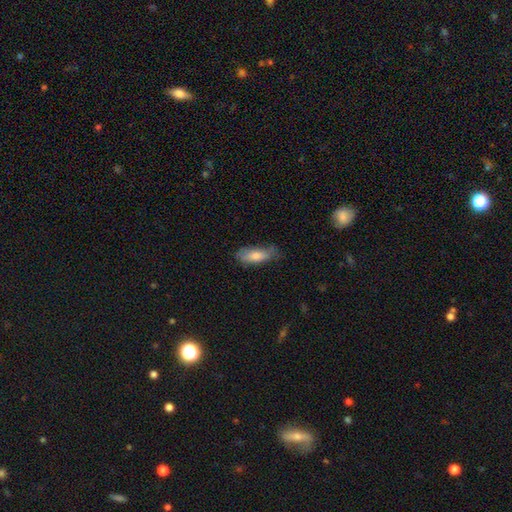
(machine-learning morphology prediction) Smooth or featured: smooth — 72% (featured or disk — 21%)
How rounded: in between — 63% (cigar-shaped — 34%)
Merging: none — 61% (minor disturbance — 29%)